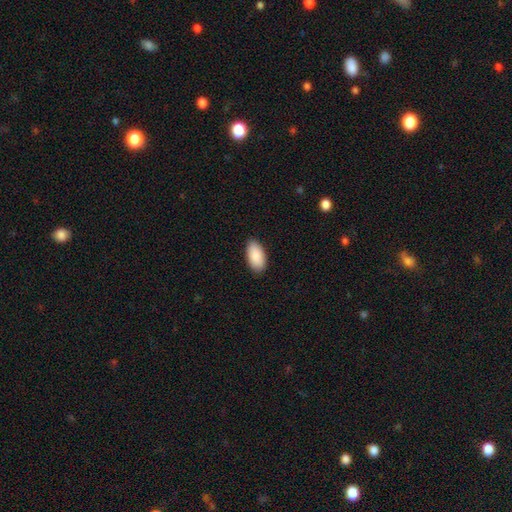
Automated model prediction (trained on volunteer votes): The model was most divided on "merging": none: 87%, minor disturbance: 10%, major disturbance: 2%, merger: 1%. More confident: how rounded — in between (95%); smooth or featured — smooth (90%).